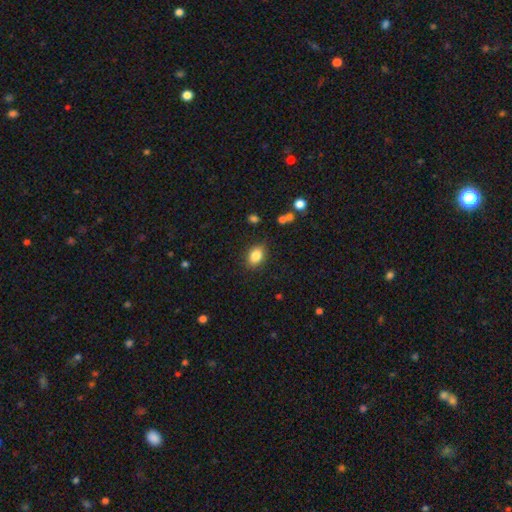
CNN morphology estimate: Overall: smooth (85%). How rounded: in between (78%). Merging: none (85%).